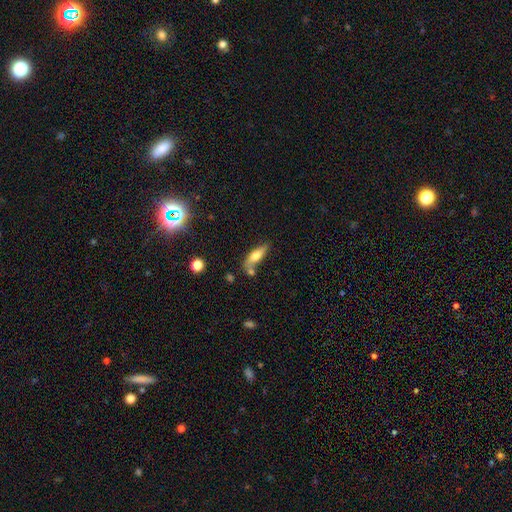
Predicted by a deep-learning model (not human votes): Smooth or featured? Predicted: smooth (p=0.59). How rounded? Predicted: in between (p=0.52). Merging? Predicted: none (p=0.55).